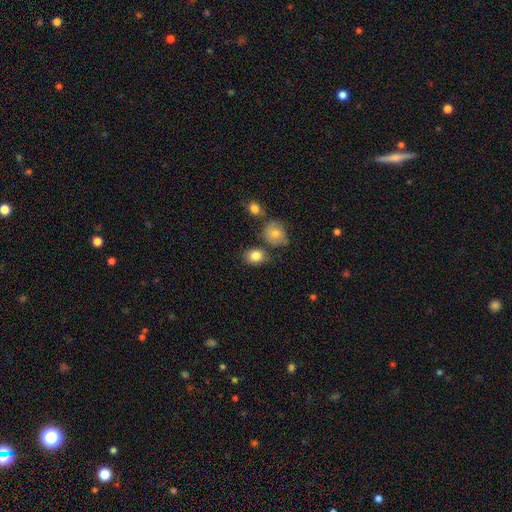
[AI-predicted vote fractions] A smooth galaxy with no disk features (84%) that is in between round and cigar-shaped (52%). Merging: none (69%).